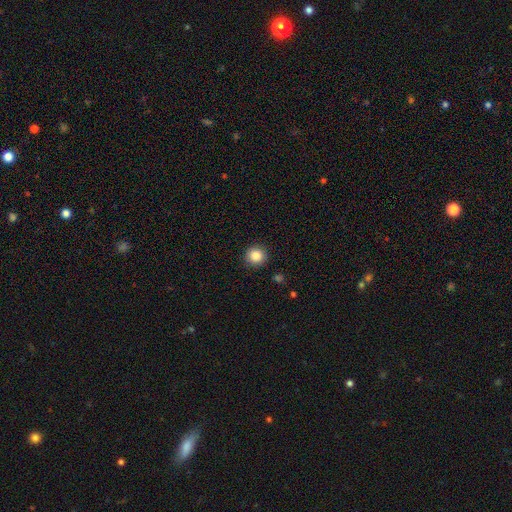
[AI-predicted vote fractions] smooth-or-featured: smooth: 86% | star or artifact: 10% | featured or disk: 5%
  how-rounded: round: 93% | in between: 7% | cigar-shaped: 1%
  merging: none: 91% | minor disturbance: 6% | major disturbance: 2% | merger: 1%